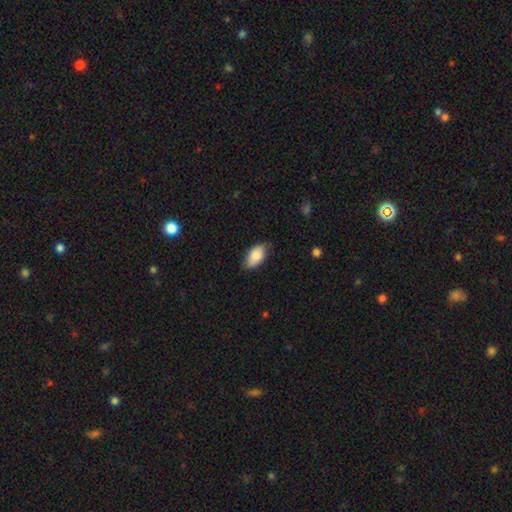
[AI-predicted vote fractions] This is clearly a smooth galaxy (87%). How rounded: clearly in between (94%). Merging: likely none (75%).